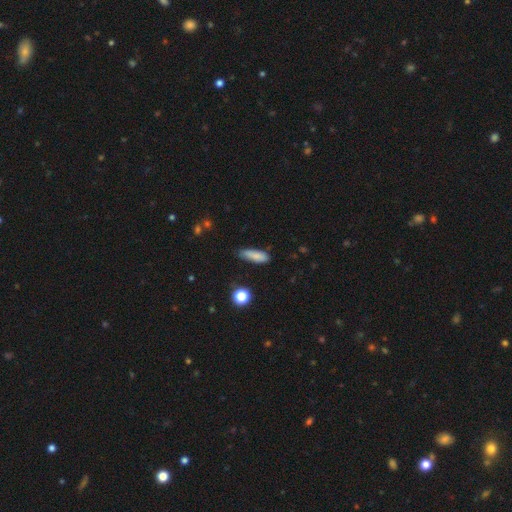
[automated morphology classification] smooth_or_featured: smooth (p=0.83) [alt: star or artifact p=0.09]
how_rounded: cigar-shaped (p=0.52) [alt: in between p=0.45]
merging: none (p=0.66) [alt: minor disturbance p=0.26]